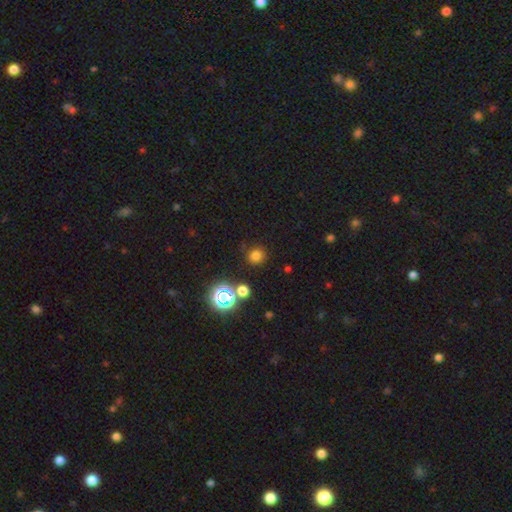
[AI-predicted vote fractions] smooth-or-featured: smooth: 70% | star or artifact: 24% | featured or disk: 6%
  how-rounded: round: 90% | in between: 9% | cigar-shaped: 1%
  merging: none: 83% | minor disturbance: 9% | major disturbance: 4% | merger: 4%